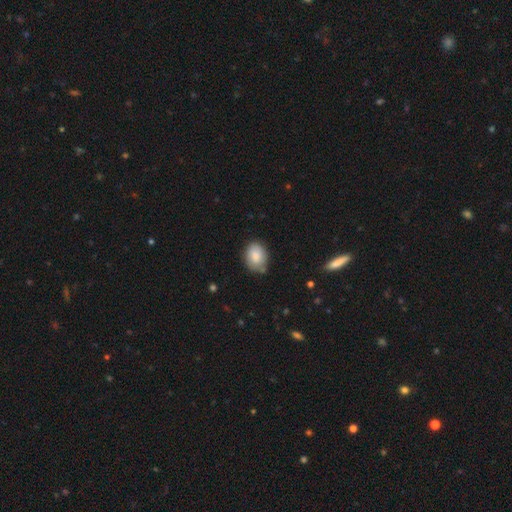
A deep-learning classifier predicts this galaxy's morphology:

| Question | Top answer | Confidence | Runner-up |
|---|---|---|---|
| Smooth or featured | smooth | 84% | featured or disk (9%) |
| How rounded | in between | 66% | round (33%) |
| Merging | none | 70% | minor disturbance (24%) |